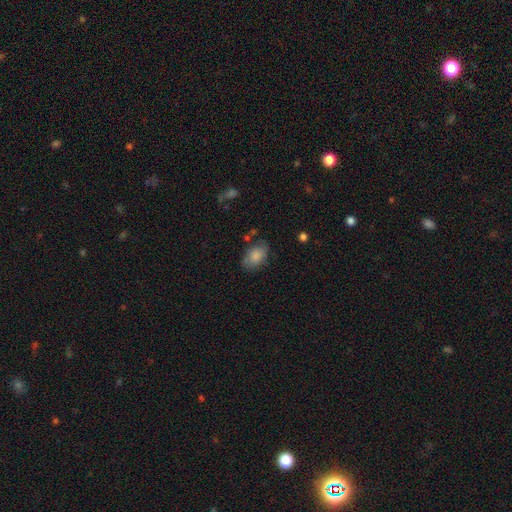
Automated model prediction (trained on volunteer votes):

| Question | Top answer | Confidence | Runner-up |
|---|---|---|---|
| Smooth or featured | smooth | 79% | featured or disk (13%) |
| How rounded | in between | 88% | round (10%) |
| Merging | none | 67% | minor disturbance (23%) |